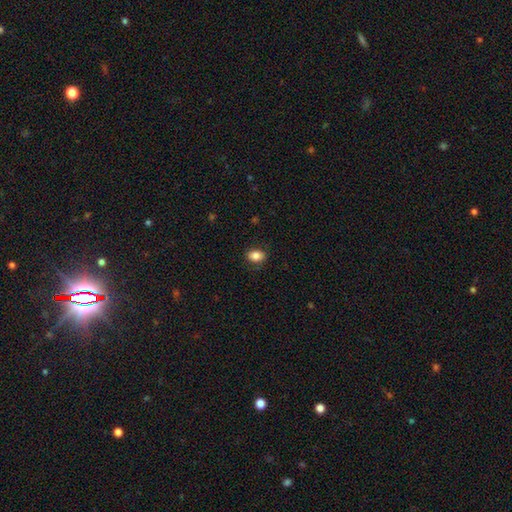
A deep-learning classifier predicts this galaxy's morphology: Smooth or featured?
  - smooth: 85% *
  - star or artifact: 9%
  - featured or disk: 6%
How rounded?
  - in between: 77% *
  - round: 21%
  - cigar-shaped: 1%
Merging?
  - none: 85% *
  - minor disturbance: 11%
  - major disturbance: 3%
  - merger: 1%